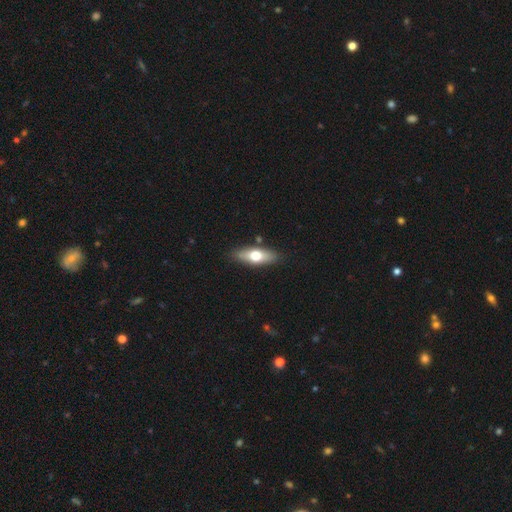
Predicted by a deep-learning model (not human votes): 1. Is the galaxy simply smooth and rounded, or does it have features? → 59% smooth, 35% featured or disk, 6% star or artifact.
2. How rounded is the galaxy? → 64% in between, 32% cigar-shaped, 3% round.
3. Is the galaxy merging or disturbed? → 86% none, 10% minor disturbance, 3% merger, 2% major disturbance.